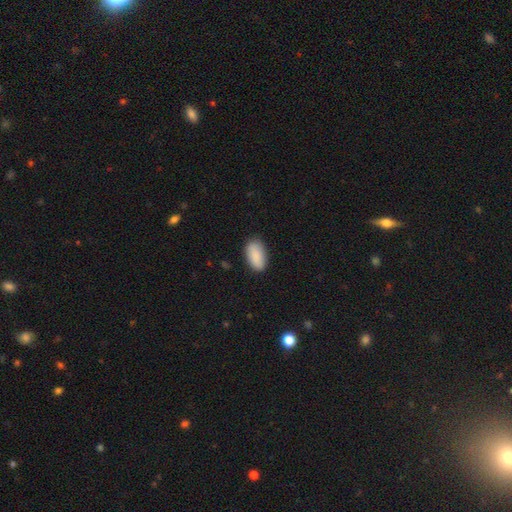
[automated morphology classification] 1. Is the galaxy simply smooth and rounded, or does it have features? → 90% smooth, 6% star or artifact, 4% featured or disk.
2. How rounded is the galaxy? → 94% in between, 3% round, 3% cigar-shaped.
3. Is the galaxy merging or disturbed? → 85% none, 12% minor disturbance, 2% major disturbance, 1% merger.